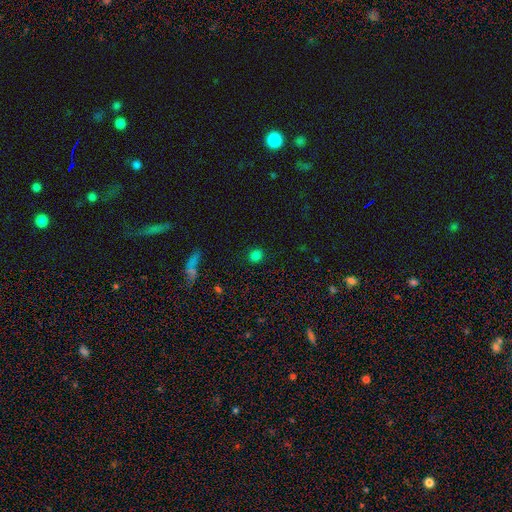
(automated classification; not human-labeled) Q: Smooth or featured?
A: smooth (80%); runner-up: star or artifact (16%)
Q: How rounded?
A: round (80%); runner-up: in between (18%)
Q: Merging?
A: none (89%); runner-up: minor disturbance (7%)